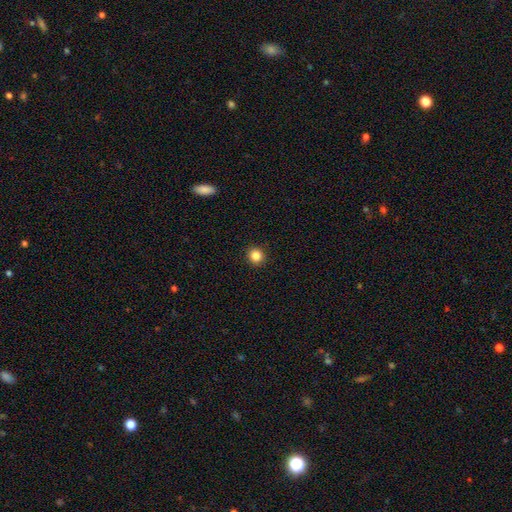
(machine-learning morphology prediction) smooth-or-featured: smooth: 85% | star or artifact: 11% | featured or disk: 4%
  how-rounded: round: 90% | in between: 9% | cigar-shaped: 1%
  merging: none: 93% | minor disturbance: 5% | major disturbance: 2% | merger: 1%